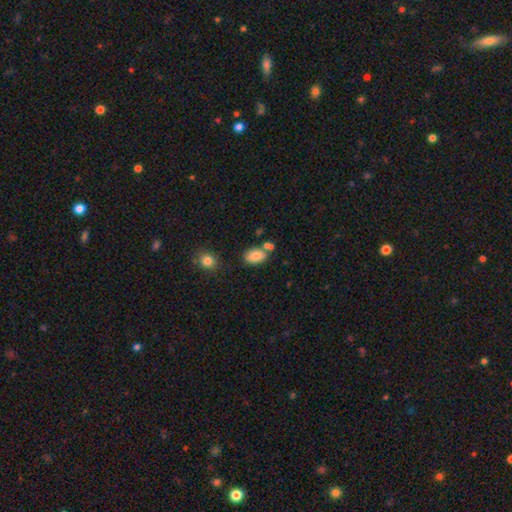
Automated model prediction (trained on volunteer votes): This is clearly a smooth galaxy (83%). How rounded: clearly in between (89%). Merging: likely none (64%).